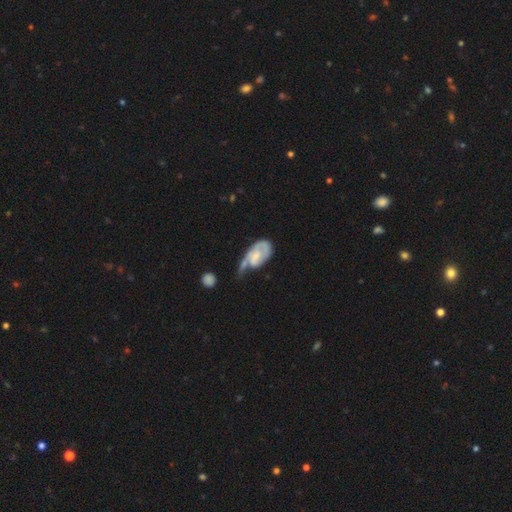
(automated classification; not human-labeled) This is likely a featured or disk galaxy (62%). It is clearly not viewed edge-on (96%). Bar: possibly no (59%). Spiral arm pattern: likely yes (77%). Central bulge: marginally small (37%). Merging: marginally major disturbance (37%).